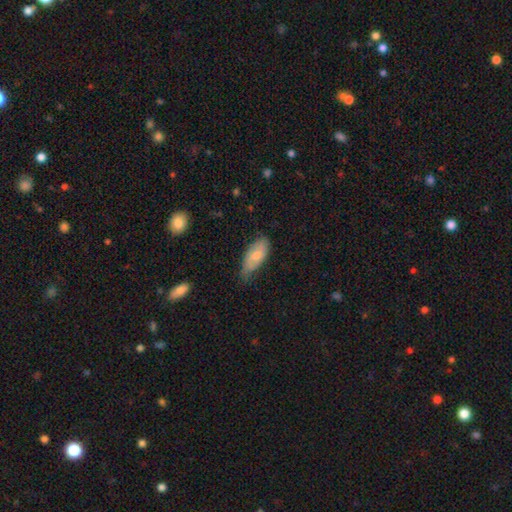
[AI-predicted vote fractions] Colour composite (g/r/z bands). It shows a smooth galaxy with no disk features (69%) that is in between round and cigar-shaped (90%). Merging: none (53%).